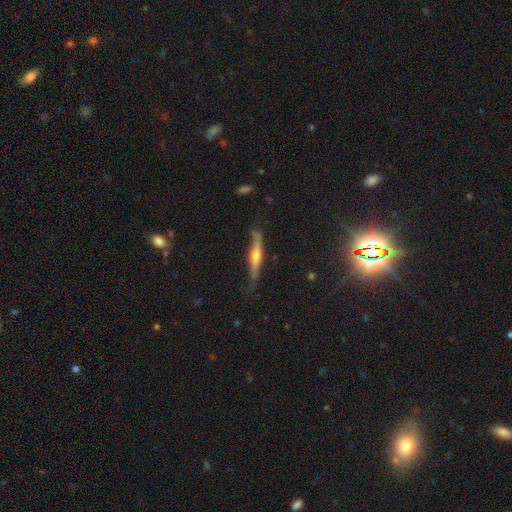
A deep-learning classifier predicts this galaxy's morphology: A featured or disk galaxy (63%) viewed edge-on (93%) with a rounded central bulge (85%).

Vote fractions:
- Smooth or featured? featured or disk: 63% / smooth: 31% / star or artifact: 6%
- Edge-on disk? yes: 93% / no: 7%
- Edge-on bulge? rounded: 85% / none: 8% / boxy: 6%
- Merging? none: 66% / minor disturbance: 25% / major disturbance: 6% / merger: 3%